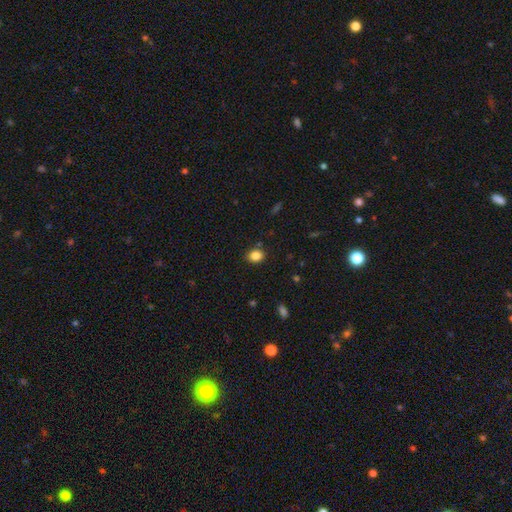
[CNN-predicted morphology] smooth_or_featured: smooth (p=0.84) [alt: star or artifact p=0.11]
how_rounded: round (p=0.56) [alt: in between p=0.44]
merging: none (p=0.85) [alt: minor disturbance p=0.10]